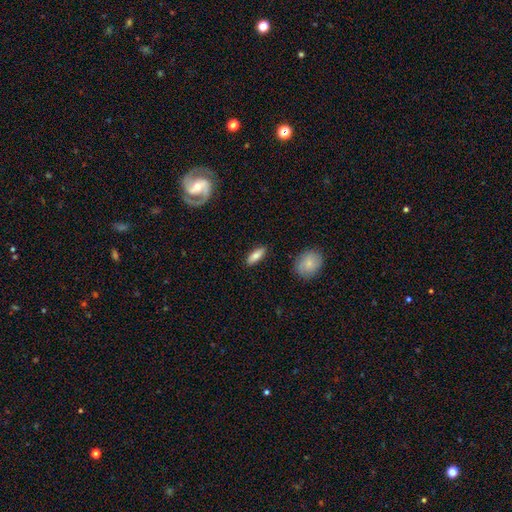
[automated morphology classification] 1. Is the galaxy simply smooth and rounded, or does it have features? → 75% smooth, 19% featured or disk, 6% star or artifact.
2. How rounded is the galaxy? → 63% in between, 34% cigar-shaped, 3% round.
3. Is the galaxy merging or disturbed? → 87% none, 9% minor disturbance, 2% major disturbance, 2% merger.